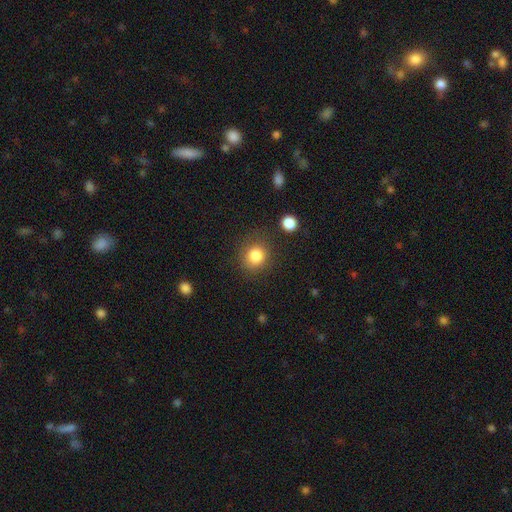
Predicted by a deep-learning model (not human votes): smooth_or_featured: smooth (p=0.84) [alt: star or artifact p=0.10]
how_rounded: round (p=0.84) [alt: in between p=0.15]
merging: none (p=0.80) [alt: minor disturbance p=0.12]